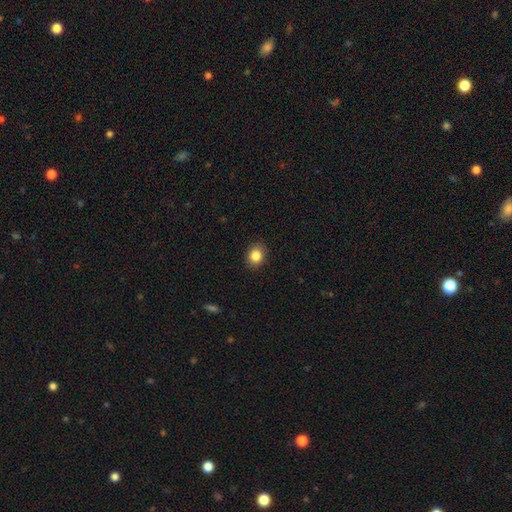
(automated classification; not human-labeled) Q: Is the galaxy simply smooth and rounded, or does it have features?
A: smooth — 85%.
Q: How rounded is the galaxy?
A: round — 60%.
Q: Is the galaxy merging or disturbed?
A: none — 88%.